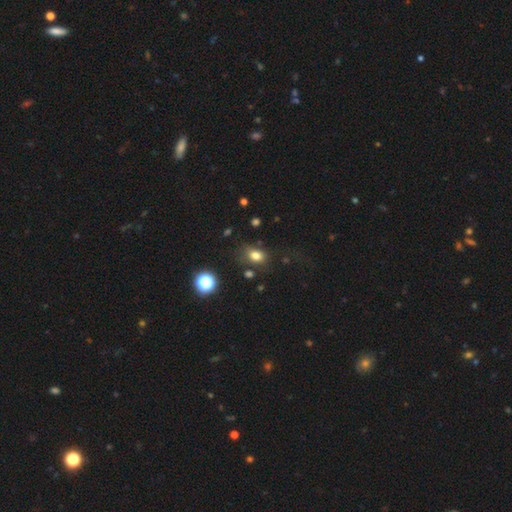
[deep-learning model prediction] Morphology: type=smooth (78%); roundness=in between (63%); merging=none (67%).